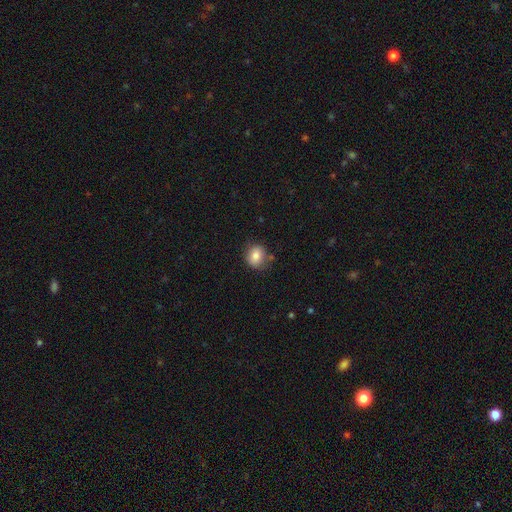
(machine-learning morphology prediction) This appears to be a smooth galaxy with no disk features (82%) that is round (70%). Merging: none (75%).